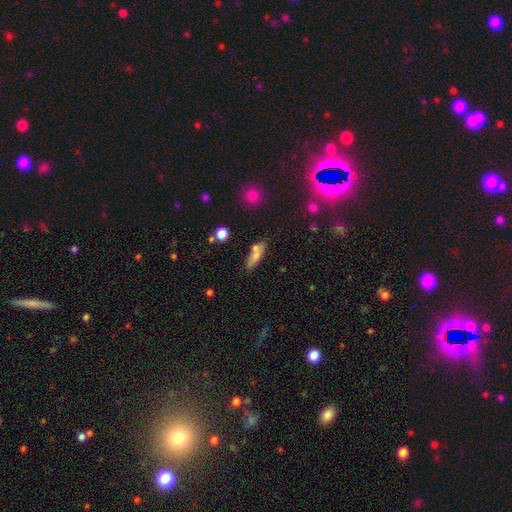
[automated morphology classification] A smooth galaxy with no disk features (68%) that is cigar-shaped (57%).

Vote fractions:
- Smooth or featured? smooth: 68% / featured or disk: 21% / star or artifact: 11%
- How rounded? cigar-shaped: 57% / in between: 38% / round: 4%
- Merging? none: 67% / merger: 15% / minor disturbance: 14% / major disturbance: 4%